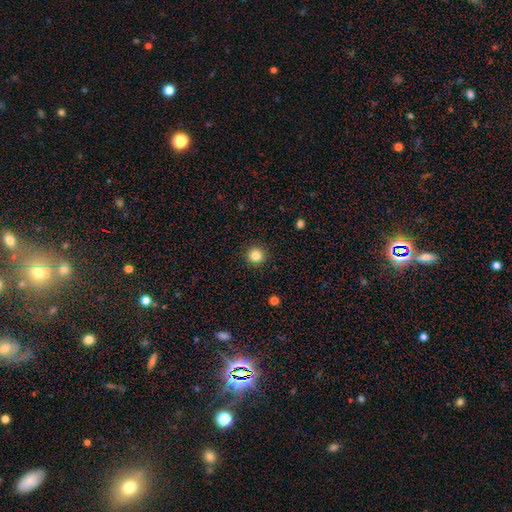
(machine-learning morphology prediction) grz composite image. It shows a smooth galaxy with no disk features (83%) that is round (95%). Merging: none (92%).